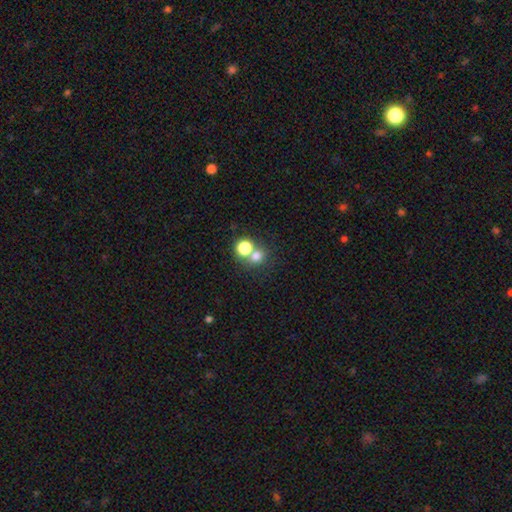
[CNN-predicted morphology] This appears to be a smooth galaxy with no disk features (72%) that is round (82%). Merging: none (51%).